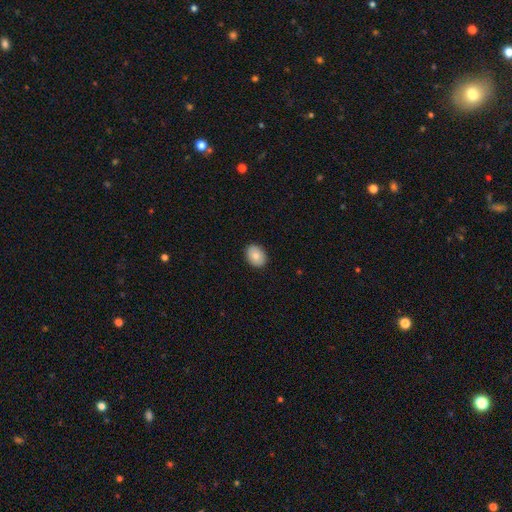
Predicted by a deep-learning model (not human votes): Smooth or featured? Predicted: smooth (p=0.84). How rounded? Predicted: in between (p=0.67). Merging? Predicted: none (p=0.90).